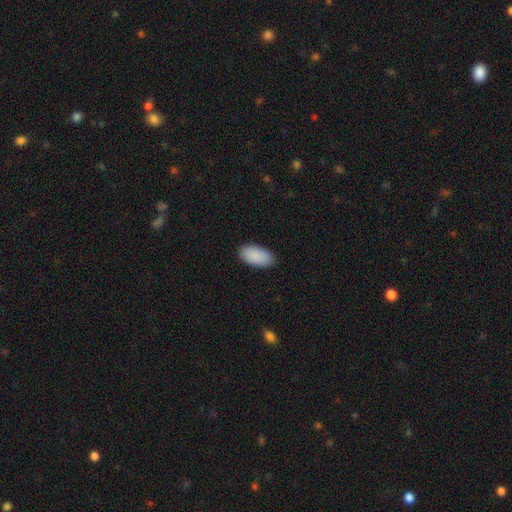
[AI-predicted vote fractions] Q: Smooth or featured?
A: smooth (90%); runner-up: star or artifact (6%)
Q: How rounded?
A: in between (95%); runner-up: cigar-shaped (3%)
Q: Merging?
A: none (87%); runner-up: minor disturbance (10%)